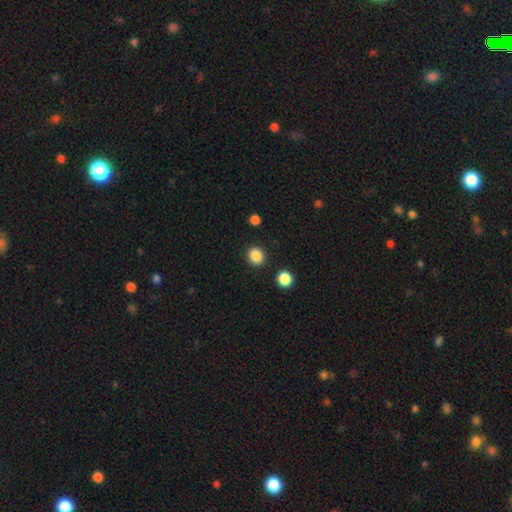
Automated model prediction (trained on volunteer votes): This appears to be a smooth galaxy with no disk features (87%) that is round (75%). Merging: none (89%).